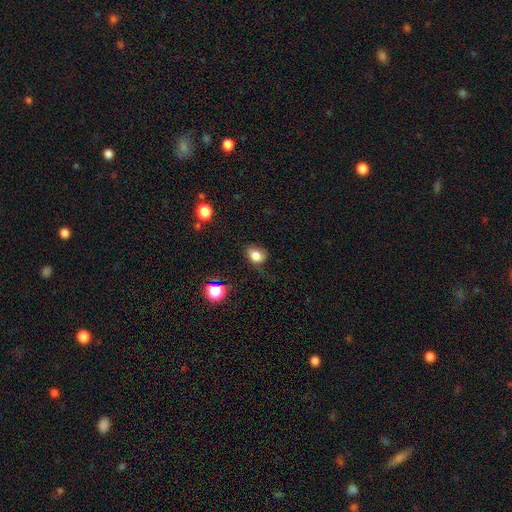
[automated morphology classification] A smooth galaxy with no disk features (80%) that is in between round and cigar-shaped (56%).

Vote fractions:
- Smooth or featured? smooth: 80% / star or artifact: 12% / featured or disk: 8%
- How rounded? in between: 56% / round: 43% / cigar-shaped: 1%
- Merging? none: 70% / minor disturbance: 21% / major disturbance: 7% / merger: 2%